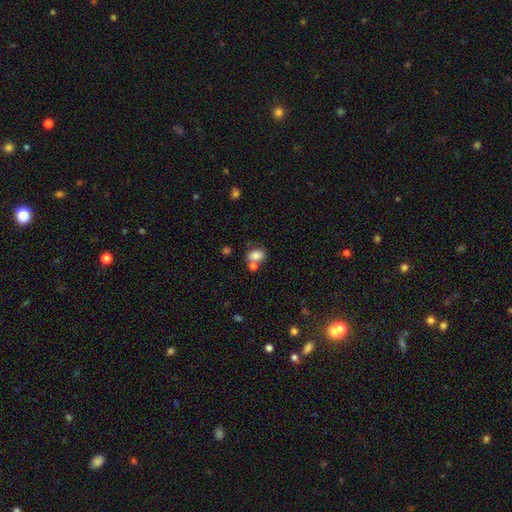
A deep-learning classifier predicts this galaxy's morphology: Overall: smooth (78%). How rounded: in between (77%). Merging: none (48%; merger 31%).